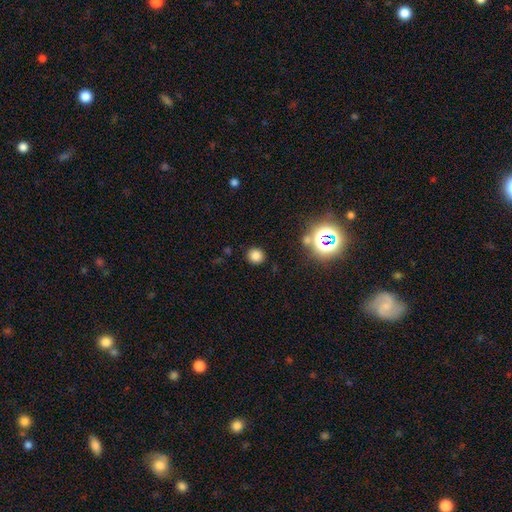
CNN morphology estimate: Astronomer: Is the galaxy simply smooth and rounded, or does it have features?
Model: smooth — 77%.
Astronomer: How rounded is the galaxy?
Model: round — 89%.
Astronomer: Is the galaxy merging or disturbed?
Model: none — 88%.